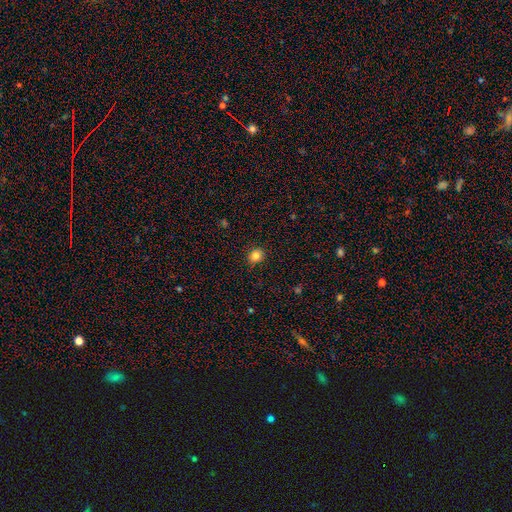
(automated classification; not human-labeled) Smooth or featured? Predicted: smooth (p=0.84). How rounded? Predicted: round (p=0.76). Merging? Predicted: none (p=0.91).